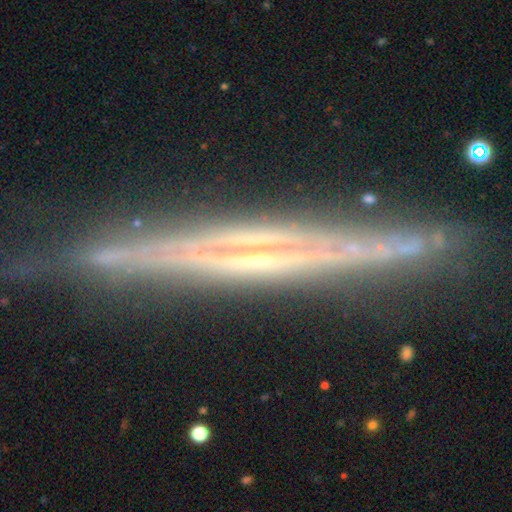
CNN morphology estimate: Smooth or featured: featured or disk — 77% (smooth — 12%)
Edge-on disk: yes — 95% (no — 5%)
Edge-on bulge: none — 56% (rounded — 32%)
Merging: none — 82% (minor disturbance — 13%)